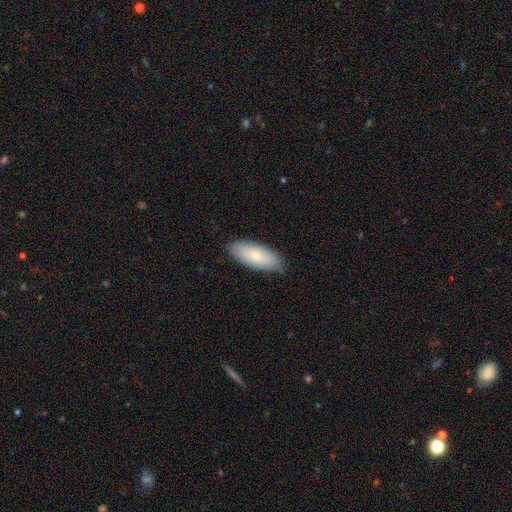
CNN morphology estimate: A smooth galaxy with no disk features (75%) that is in between round and cigar-shaped (81%).

Vote fractions:
- Smooth or featured? smooth: 75% / featured or disk: 19% / star or artifact: 6%
- How rounded? in between: 81% / cigar-shaped: 17% / round: 2%
- Merging? none: 84% / minor disturbance: 13% / major disturbance: 2% / merger: 1%